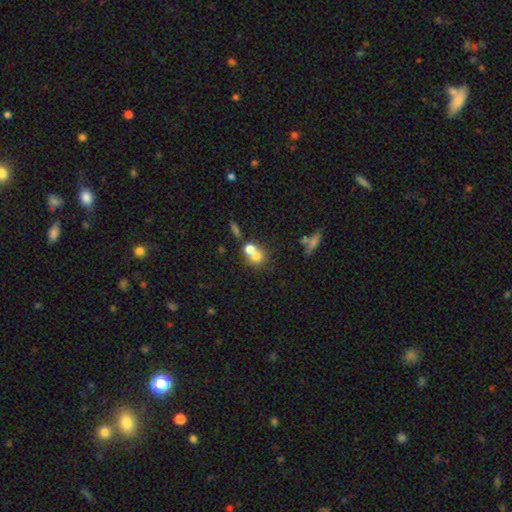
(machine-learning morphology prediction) smooth_or_featured: smooth (p=0.68) [alt: featured or disk p=0.19]
how_rounded: round (p=0.76) [alt: in between p=0.22]
merging: merger (p=0.55) [alt: none p=0.34]